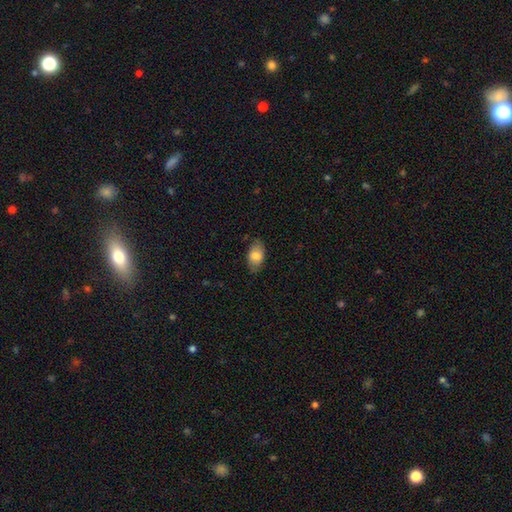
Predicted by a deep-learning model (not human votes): Q: Smooth or featured?
A: smooth (78%); runner-up: featured or disk (15%)
Q: How rounded?
A: in between (91%); runner-up: round (6%)
Q: Merging?
A: none (79%); runner-up: minor disturbance (17%)